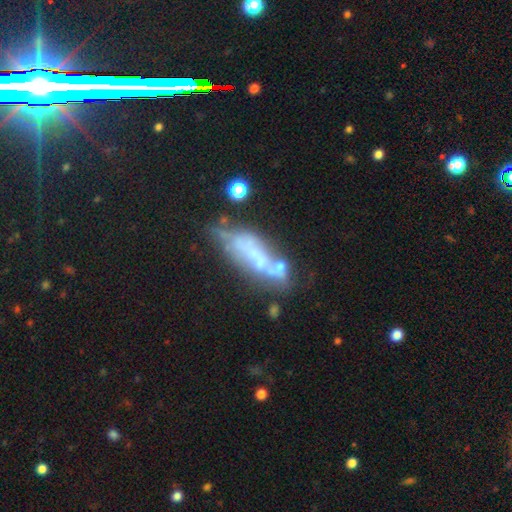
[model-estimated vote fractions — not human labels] Smooth or featured: featured or disk — 60% (smooth — 27%)
Edge-on disk: no — 76% (yes — 24%)
Merging: none — 36% (merger — 23%)